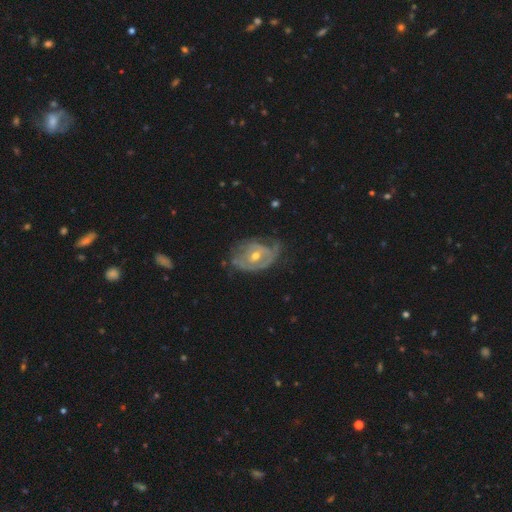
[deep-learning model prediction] The model was most divided on "spiral arm count": can't tell: 41%, 2: 32%, 1: 11%, 3: 10%, 4: 3%, more than 4: 3%. More confident: edge-on disk — no (96%); smooth or featured — featured or disk (78%); spiral arms — yes (73%); bar — no (63%); bulge size — moderate (61%); spiral winding — tight (60%); merging — none (52%).